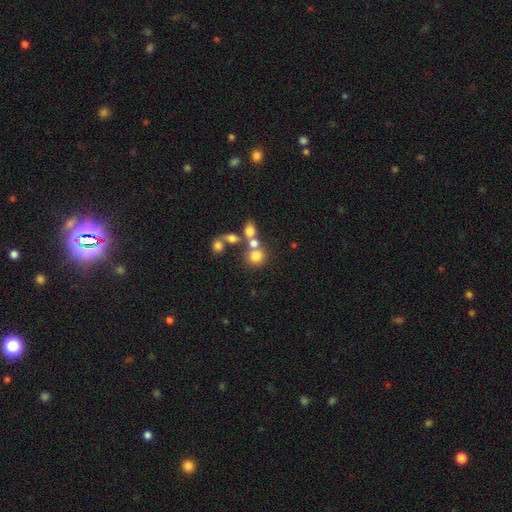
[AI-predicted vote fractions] Smooth or featured: smooth — 71% (featured or disk — 14%)
How rounded: round — 81% (in between — 18%)
Merging: none — 44% (merger — 41%)